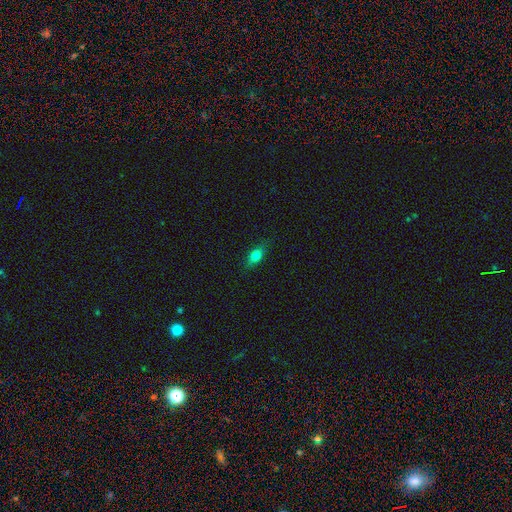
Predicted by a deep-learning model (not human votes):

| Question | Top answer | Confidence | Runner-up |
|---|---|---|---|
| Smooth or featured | smooth | 77% | featured or disk (13%) |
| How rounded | in between | 76% | cigar-shaped (14%) |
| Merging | none | 81% | minor disturbance (15%) |